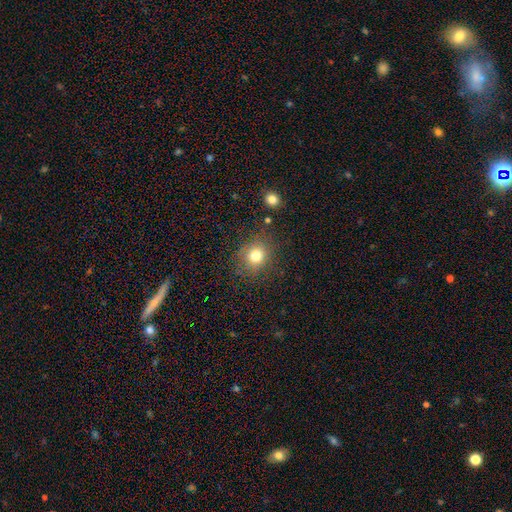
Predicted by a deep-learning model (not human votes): smooth_or_featured: smooth (p=0.78) [alt: star or artifact p=0.14]
how_rounded: round (p=0.78) [alt: in between p=0.21]
merging: none (p=0.79) [alt: minor disturbance p=0.12]